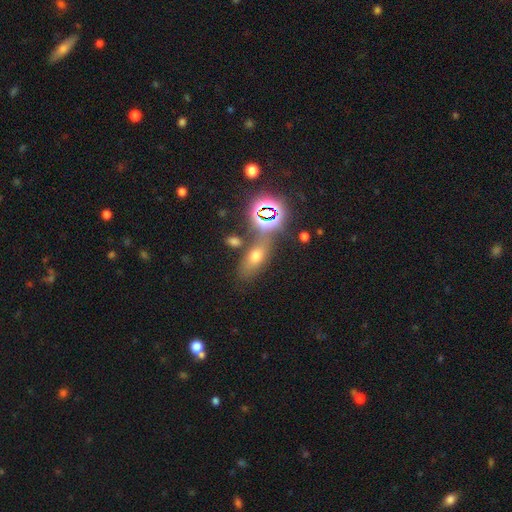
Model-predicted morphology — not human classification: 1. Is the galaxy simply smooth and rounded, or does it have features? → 53% smooth, 30% star or artifact, 17% featured or disk.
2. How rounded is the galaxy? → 69% in between, 17% round, 14% cigar-shaped.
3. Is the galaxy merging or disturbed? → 66% none, 15% merger, 13% minor disturbance, 6% major disturbance.